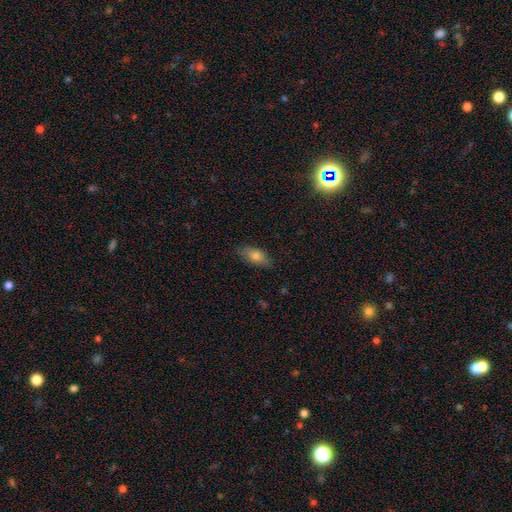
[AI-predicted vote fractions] Q: Smooth or featured?
A: smooth (73%); runner-up: featured or disk (19%)
Q: How rounded?
A: in between (78%); runner-up: cigar-shaped (18%)
Q: Merging?
A: none (82%); runner-up: minor disturbance (14%)